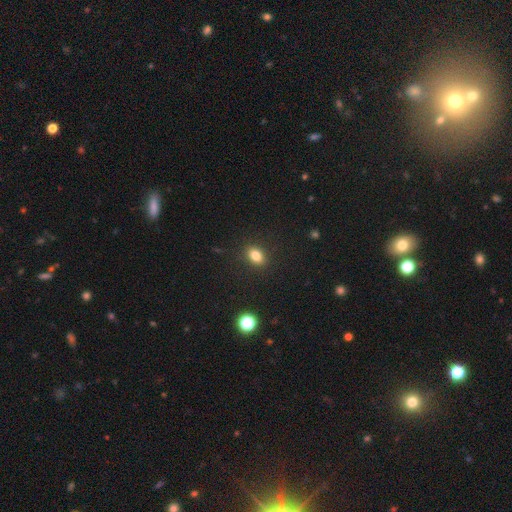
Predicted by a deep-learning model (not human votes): Smooth or featured: smooth — 82% (star or artifact — 11%)
How rounded: in between — 75% (round — 23%)
Merging: none — 89% (minor disturbance — 8%)